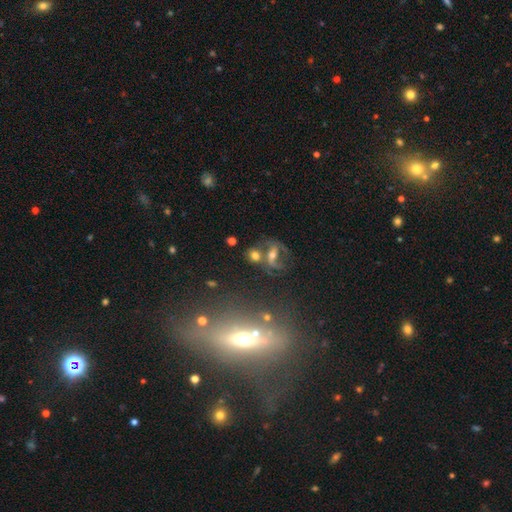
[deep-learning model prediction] A featured or disk galaxy (42%). Merging: none (50%).